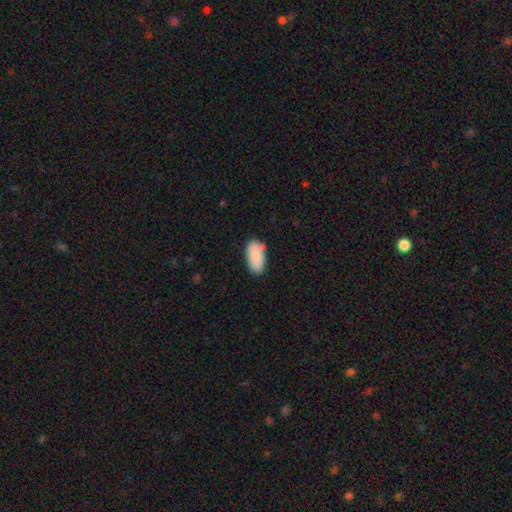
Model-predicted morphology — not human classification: Smooth or featured? smooth (88%)
How rounded? in between (92%)
Merging? none (76%)